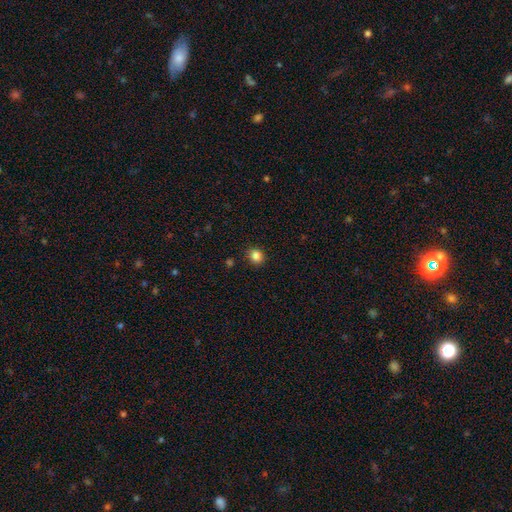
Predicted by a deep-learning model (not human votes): This is clearly a smooth galaxy (85%). How rounded: clearly round (80%). Merging: clearly none (88%).